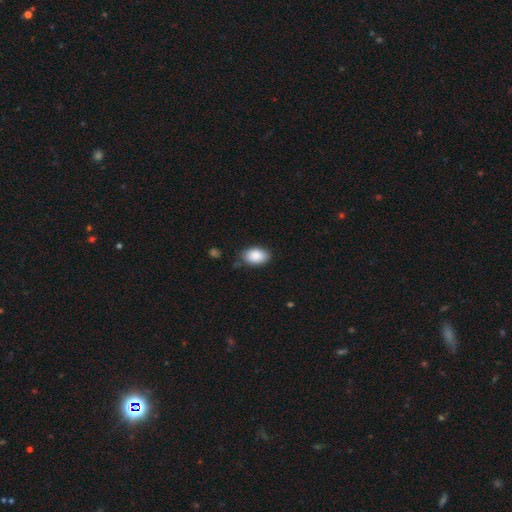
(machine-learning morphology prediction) smooth-or-featured: smooth: 88% | star or artifact: 7% | featured or disk: 6%
  how-rounded: in between: 89% | round: 9% | cigar-shaped: 1%
  merging: none: 78% | minor disturbance: 17% | major disturbance: 3% | merger: 2%